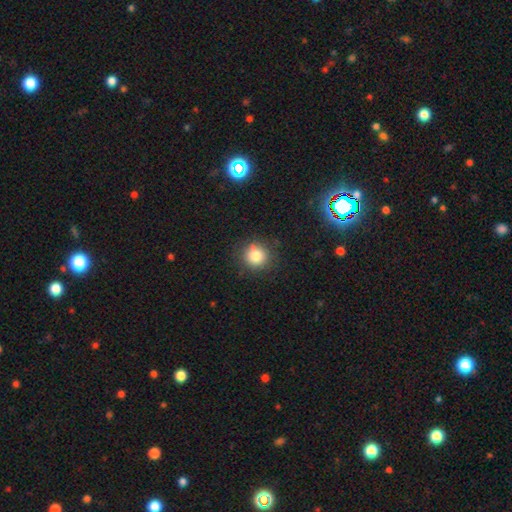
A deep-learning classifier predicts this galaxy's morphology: A smooth galaxy with no disk features (82%) that is round (91%). Merging: none (83%).